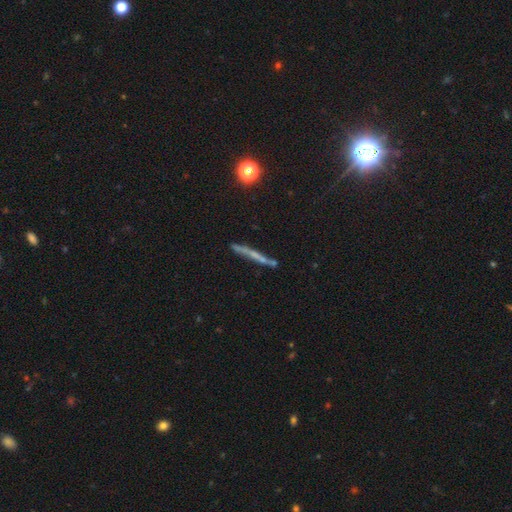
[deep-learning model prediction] smooth_or_featured: featured or disk (p=0.50) [alt: smooth p=0.37]
disk_edge_on: yes (p=0.93) [alt: no p=0.07]
merging: none (p=0.80) [alt: minor disturbance p=0.12]